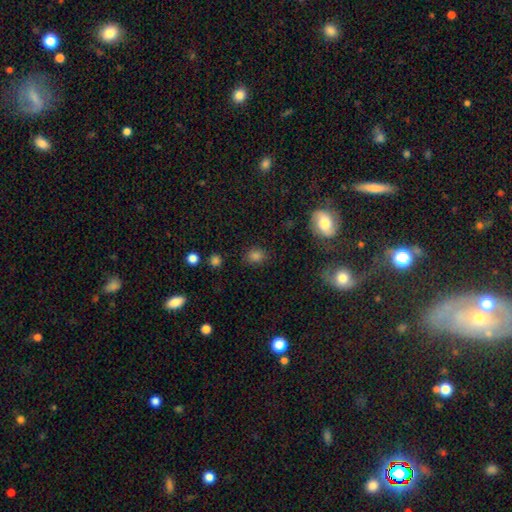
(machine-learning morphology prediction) Smooth or featured?
  - smooth: 78% *
  - star or artifact: 15%
  - featured or disk: 7%
How rounded?
  - in between: 50% *
  - round: 48%
  - cigar-shaped: 1%
Merging?
  - none: 80% *
  - minor disturbance: 13%
  - major disturbance: 4%
  - merger: 2%